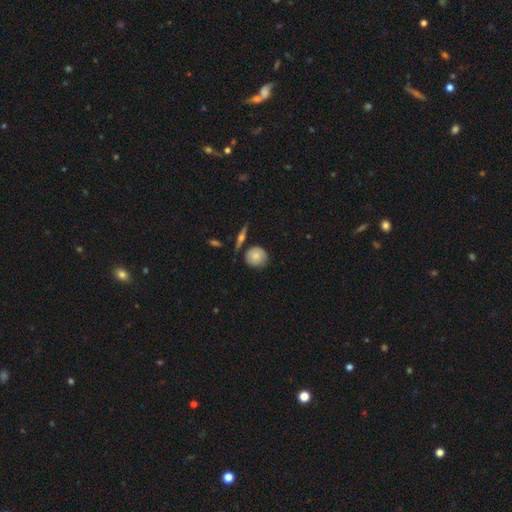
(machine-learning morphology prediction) The model was most divided on "smooth or featured": smooth: 70%, featured or disk: 22%, star or artifact: 7%. More confident: how rounded — round (87%); merging — none (74%).